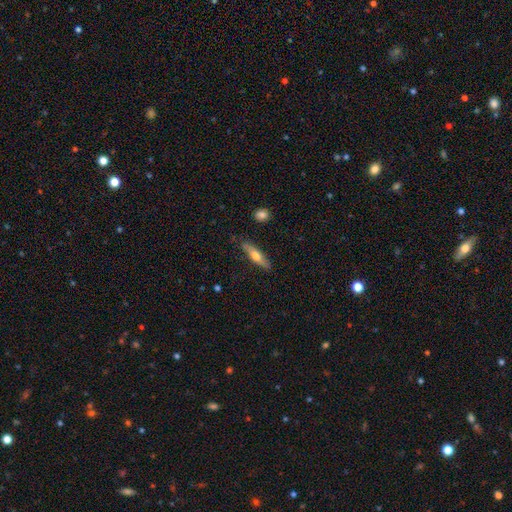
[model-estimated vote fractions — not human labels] A smooth galaxy with no disk features (51%) that is cigar-shaped (75%).

Vote fractions:
- Smooth or featured? smooth: 51% / featured or disk: 43% / star or artifact: 6%
- How rounded? cigar-shaped: 75% / in between: 23% / round: 2%
- Merging? none: 85% / minor disturbance: 12% / major disturbance: 2% / merger: 2%